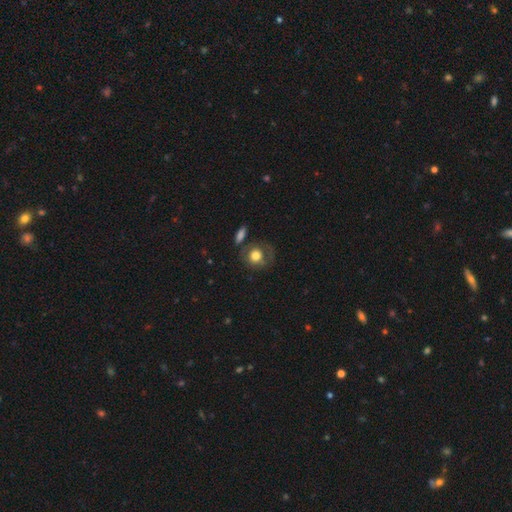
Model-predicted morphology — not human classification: A smooth galaxy with no disk features (67%) that is round (76%).

Vote fractions:
- Smooth or featured? smooth: 67% / featured or disk: 24% / star or artifact: 8%
- How rounded? round: 76% / in between: 23% / cigar-shaped: 1%
- Merging? none: 56% / minor disturbance: 20% / major disturbance: 16% / merger: 8%